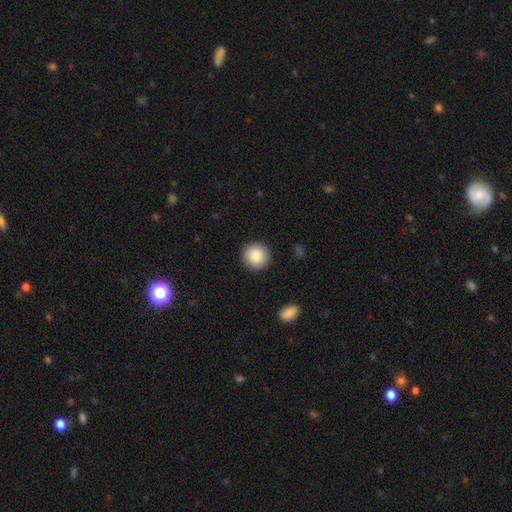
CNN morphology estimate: Smooth or featured: smooth — 86% (star or artifact — 8%)
How rounded: round — 95% (in between — 4%)
Merging: none — 92% (minor disturbance — 5%)